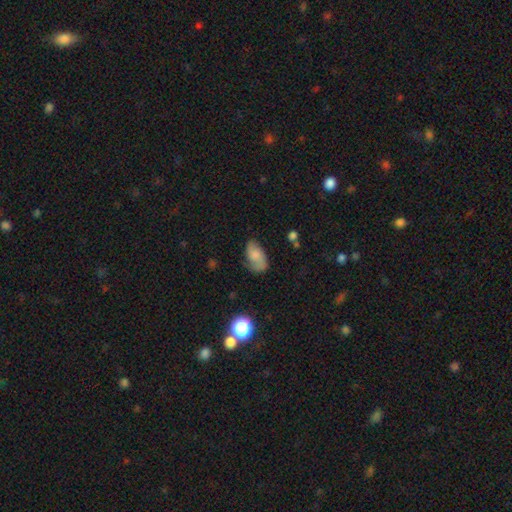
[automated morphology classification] smooth_or_featured: smooth (p=0.61) [alt: featured or disk p=0.29]
how_rounded: in between (p=0.92) [alt: round p=0.06]
merging: none (p=0.56) [alt: minor disturbance p=0.29]